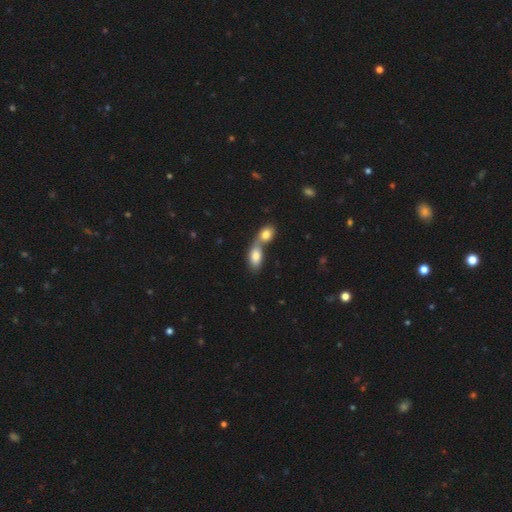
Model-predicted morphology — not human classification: Smooth or featured: smooth — 80% (featured or disk — 12%)
How rounded: in between — 88% (round — 7%)
Merging: merger — 72% (none — 20%)